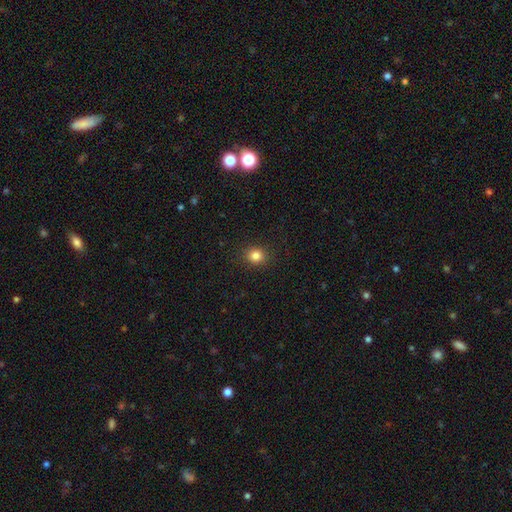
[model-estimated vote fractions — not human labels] Smooth or featured?
  - smooth: 83% *
  - star or artifact: 12%
  - featured or disk: 5%
How rounded?
  - round: 78% *
  - in between: 21%
  - cigar-shaped: 1%
Merging?
  - none: 90% *
  - minor disturbance: 6%
  - major disturbance: 2%
  - merger: 1%